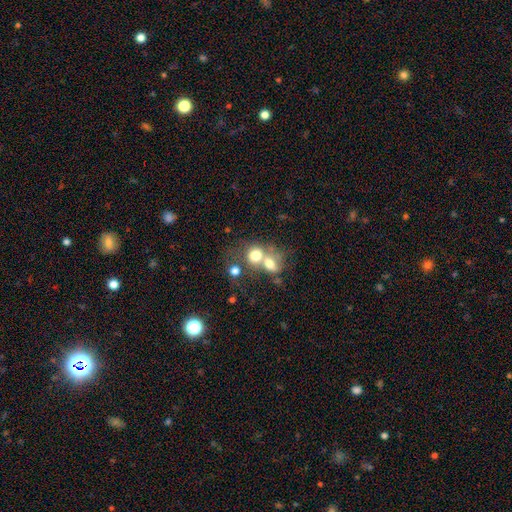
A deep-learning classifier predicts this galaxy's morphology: Smooth or featured?
  - smooth: 70% *
  - featured or disk: 18%
  - star or artifact: 12%
How rounded?
  - round: 67% *
  - in between: 32%
  - cigar-shaped: 1%
Merging?
  - merger: 62% *
  - none: 25%
  - minor disturbance: 7%
  - major disturbance: 6%